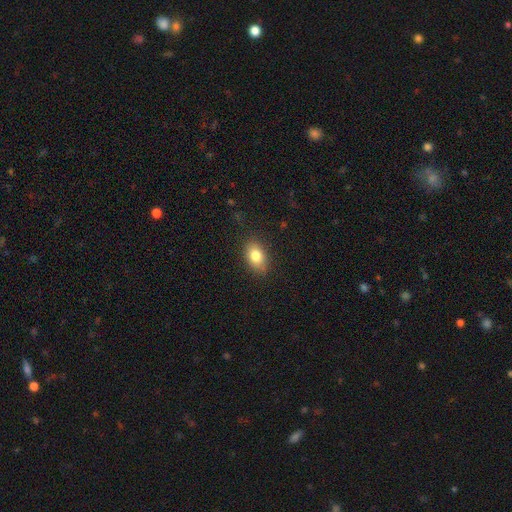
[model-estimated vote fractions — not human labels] A smooth galaxy with no disk features (81%) that is in between round and cigar-shaped (84%).

Vote fractions:
- Smooth or featured? smooth: 81% / featured or disk: 10% / star or artifact: 9%
- How rounded? in between: 84% / round: 15% / cigar-shaped: 2%
- Merging? none: 83% / minor disturbance: 13% / major disturbance: 3% / merger: 1%